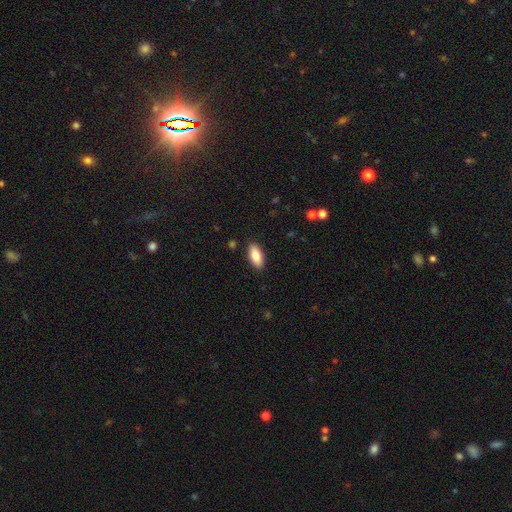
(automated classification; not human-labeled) Smooth or featured? Predicted: smooth (p=0.86). How rounded? Predicted: in between (p=0.88). Merging? Predicted: none (p=0.89).